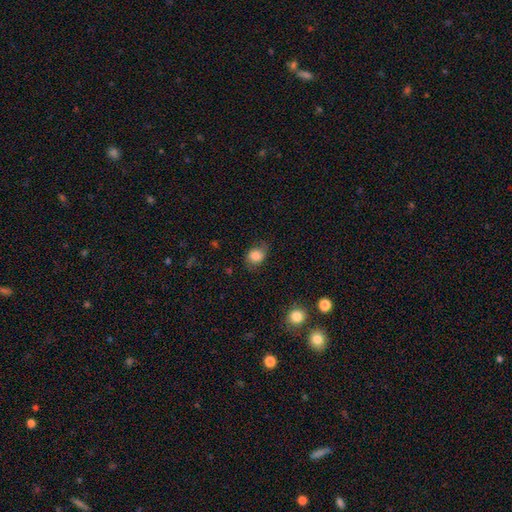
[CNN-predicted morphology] smooth 80%, featured or disk 10%, star or artifact 9%. Down the decision tree: how rounded — in between (51%); merging — none (65%).